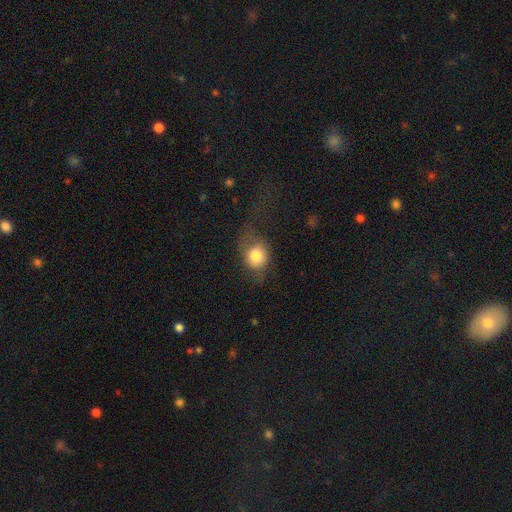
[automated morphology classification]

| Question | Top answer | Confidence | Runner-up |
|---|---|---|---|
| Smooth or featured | smooth | 77% | featured or disk (14%) |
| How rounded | round | 59% | in between (40%) |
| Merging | none | 41% | major disturbance (32%) |